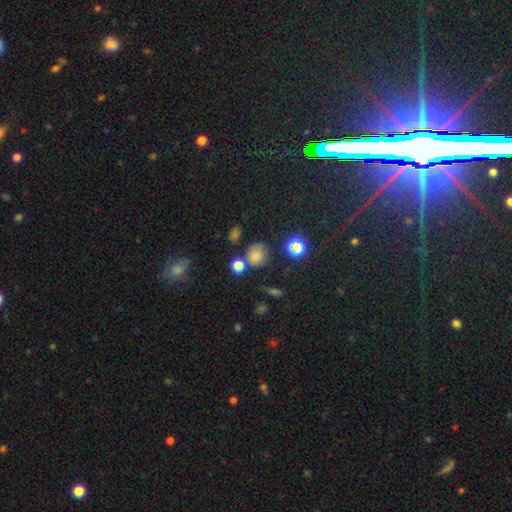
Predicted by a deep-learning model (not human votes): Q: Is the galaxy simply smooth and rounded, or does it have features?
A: smooth — 69%.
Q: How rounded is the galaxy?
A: round — 79%.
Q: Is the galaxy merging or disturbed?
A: none — 66%.